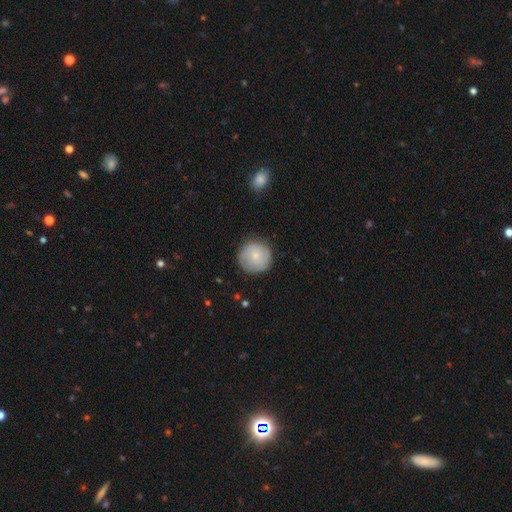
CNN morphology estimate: smooth 68%, featured or disk 25%, star or artifact 7%. Down the decision tree: how rounded — round (94%); merging — none (83%).